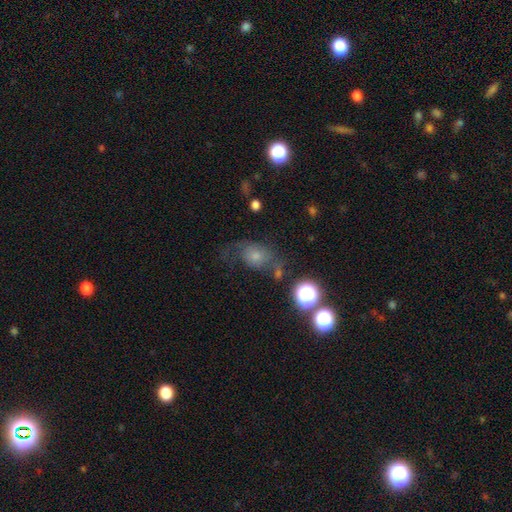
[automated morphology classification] This is marginally a smooth galaxy (43%). Merging: marginally none (44%).